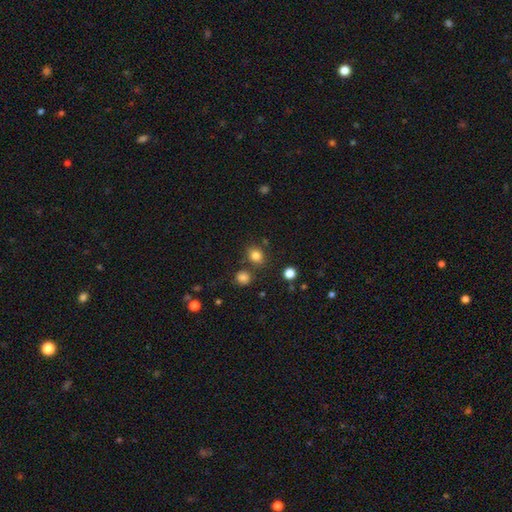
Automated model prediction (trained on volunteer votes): Q: Smooth or featured?
A: smooth (82%); runner-up: star or artifact (13%)
Q: How rounded?
A: round (71%); runner-up: in between (28%)
Q: Merging?
A: none (78%); runner-up: minor disturbance (10%)